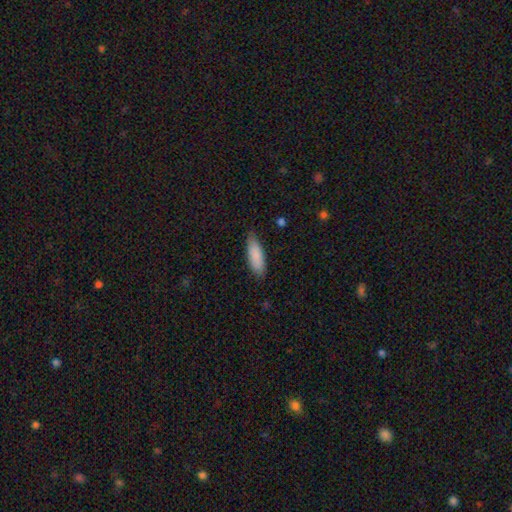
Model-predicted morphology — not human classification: The model was most divided on "how rounded": in between: 61%, cigar-shaped: 37%, round: 2%. More confident: smooth or featured — smooth (87%); merging — none (79%).